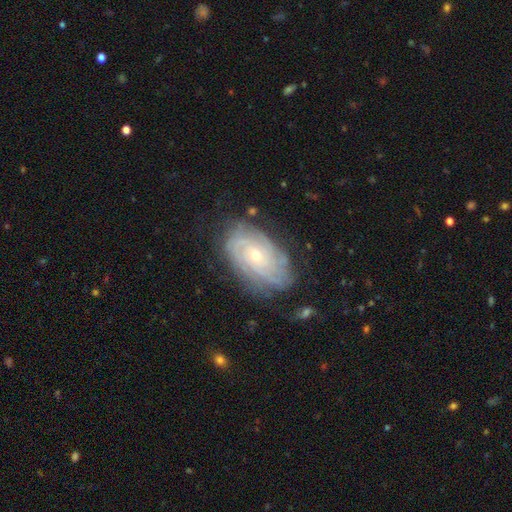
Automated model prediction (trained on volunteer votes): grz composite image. It shows a featured or disk galaxy (79%) with no bar (76%), tight (71%) spiral arms (92%) and a small central bulge (68%). Merging: none (74%).